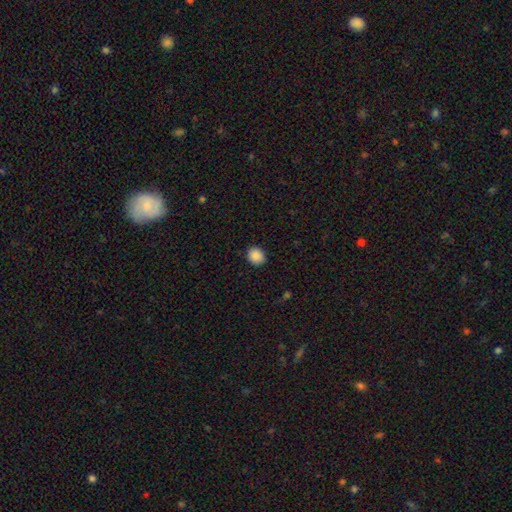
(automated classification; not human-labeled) Smooth or featured: smooth — 89% (star or artifact — 9%)
How rounded: round — 74% (in between — 25%)
Merging: none — 90% (minor disturbance — 7%)